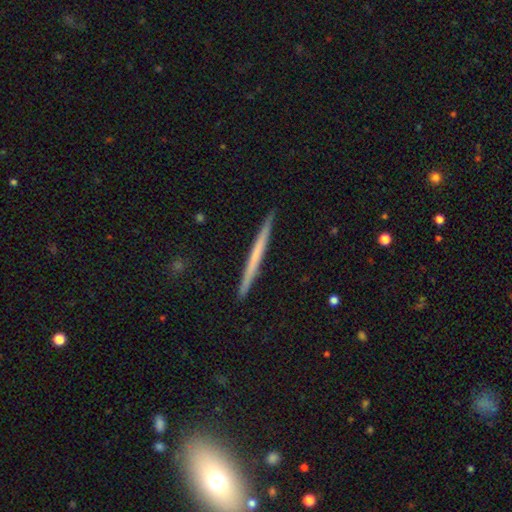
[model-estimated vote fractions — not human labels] A featured or disk galaxy (48%).

Vote fractions:
- Smooth or featured? featured or disk: 48% / smooth: 47% / star or artifact: 5%
- Merging? none: 92% / minor disturbance: 5% / major disturbance: 1% / merger: 1%